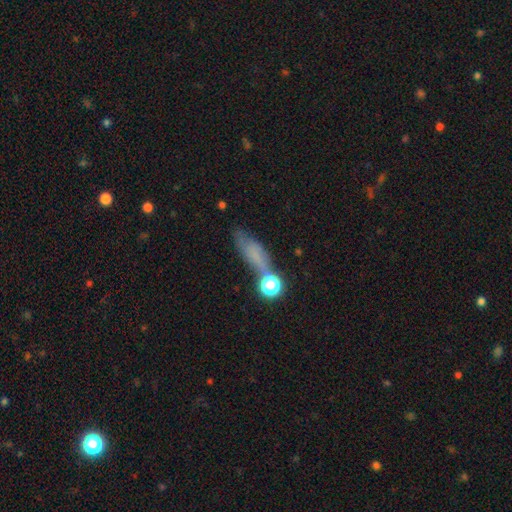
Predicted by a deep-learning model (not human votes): Overall: smooth (58%; featured or disk 25%). How rounded: cigar-shaped (45%; in between 42%). Merging: none (48%; minor disturbance 21%).